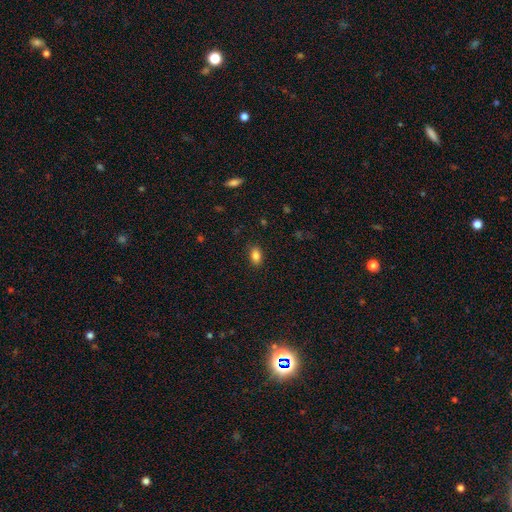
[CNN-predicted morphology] This appears to be a smooth galaxy with no disk features (85%) that is in between round and cigar-shaped (86%). Merging: none (88%).